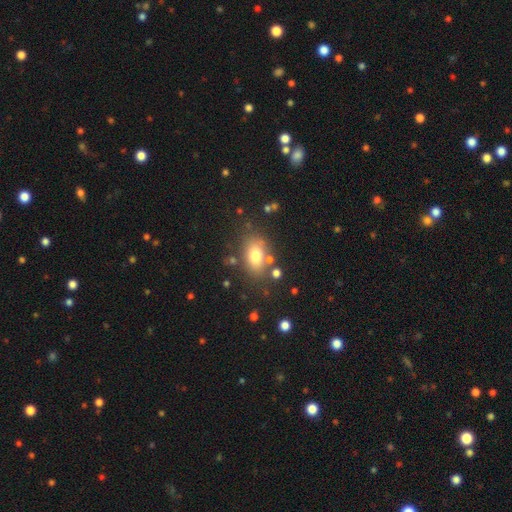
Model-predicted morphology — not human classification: smooth_or_featured: smooth (p=0.74) [alt: featured or disk p=0.14]
how_rounded: in between (p=0.75) [alt: round p=0.23]
merging: none (p=0.73) [alt: minor disturbance p=0.14]